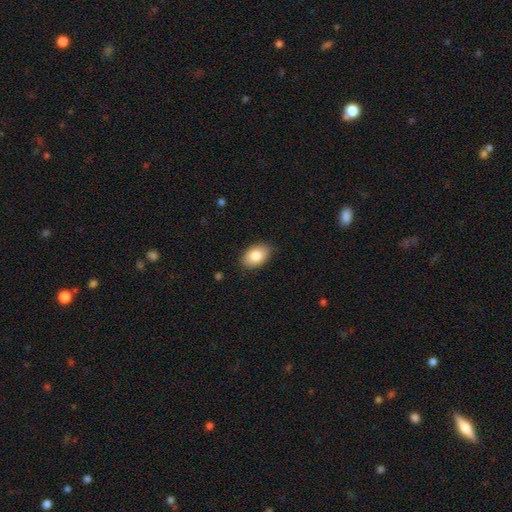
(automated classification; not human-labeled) smooth-or-featured: smooth: 84% | featured or disk: 10% | star or artifact: 7%
  how-rounded: in between: 90% | round: 9% | cigar-shaped: 1%
  merging: none: 86% | minor disturbance: 11% | major disturbance: 2% | merger: 1%